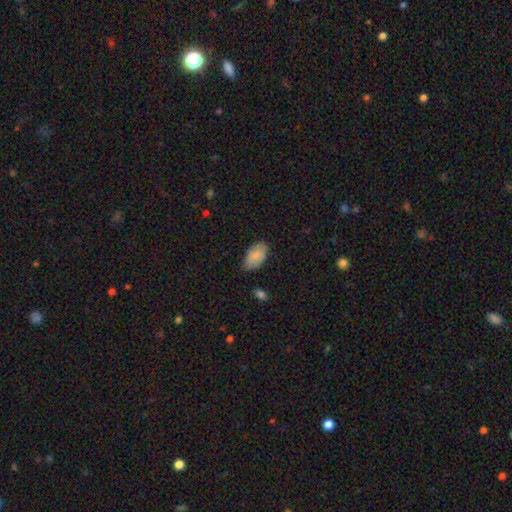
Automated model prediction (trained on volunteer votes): Q: Smooth or featured?
A: smooth (84%); runner-up: featured or disk (9%)
Q: How rounded?
A: in between (95%); runner-up: round (4%)
Q: Merging?
A: none (79%); runner-up: minor disturbance (17%)